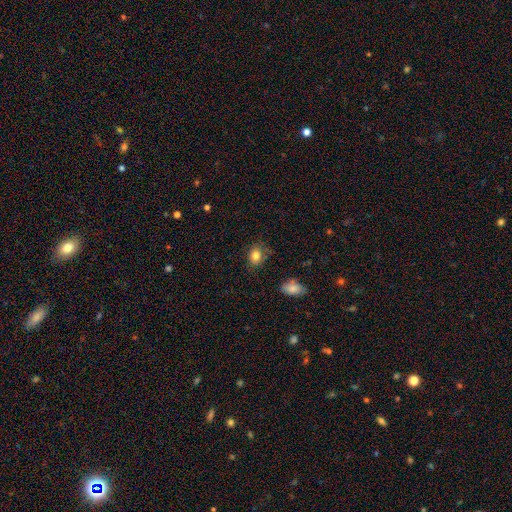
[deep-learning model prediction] The model was most divided on "how rounded": in between: 51%, round: 48%, cigar-shaped: 1%. More confident: smooth or featured — smooth (82%); merging — none (76%).